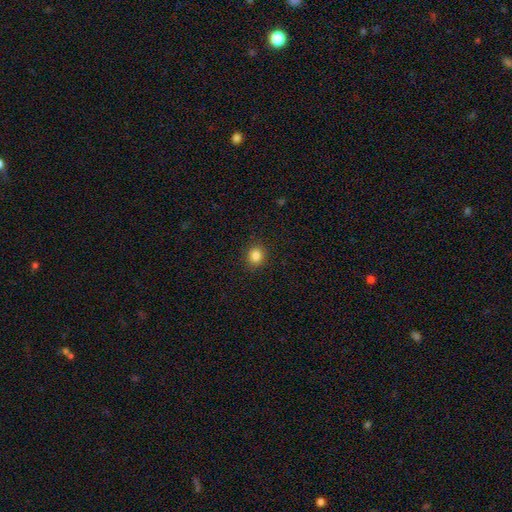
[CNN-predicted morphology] Smooth or featured? smooth (85%)
How rounded? round (80%)
Merging? none (91%)